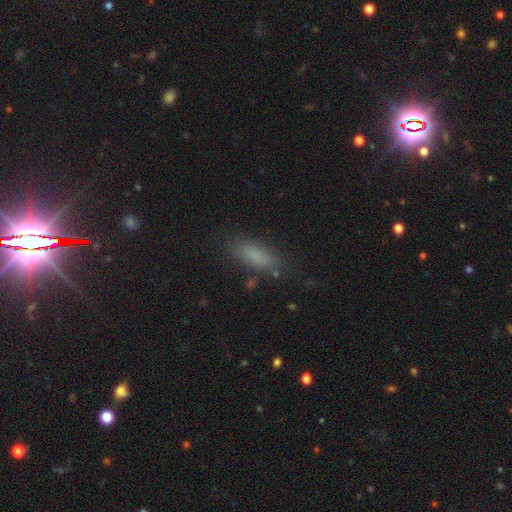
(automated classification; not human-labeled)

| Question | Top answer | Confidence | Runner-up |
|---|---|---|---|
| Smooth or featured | smooth | 82% | star or artifact (11%) |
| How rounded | in between | 64% | cigar-shaped (33%) |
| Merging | none | 80% | minor disturbance (13%) |